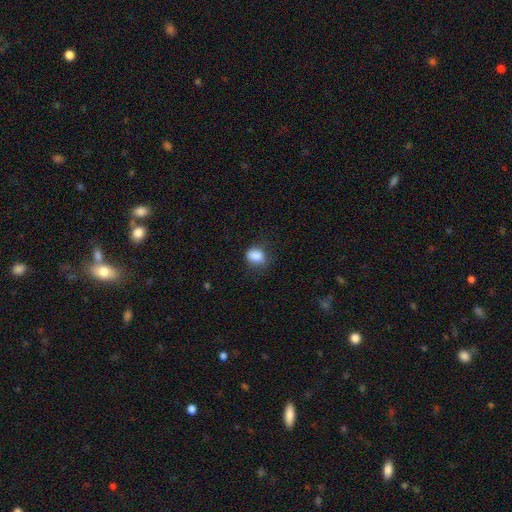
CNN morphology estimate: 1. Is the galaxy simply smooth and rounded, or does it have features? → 86% smooth, 9% star or artifact, 5% featured or disk.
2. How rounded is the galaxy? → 58% in between, 40% round, 1% cigar-shaped.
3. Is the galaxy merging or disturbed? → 68% none, 24% minor disturbance, 7% major disturbance, 1% merger.